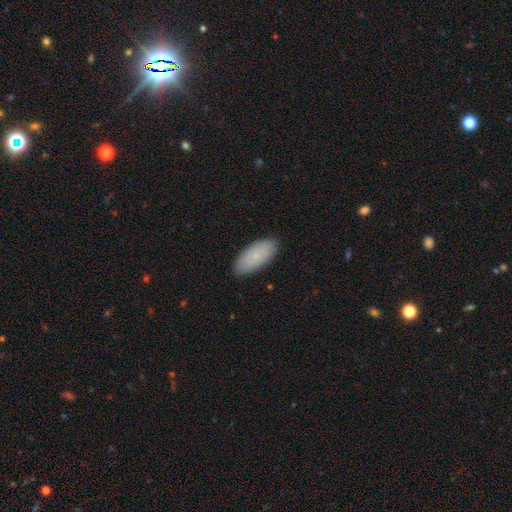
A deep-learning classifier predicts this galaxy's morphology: A smooth galaxy with no disk features (82%) that is in between round and cigar-shaped (88%).

Vote fractions:
- Smooth or featured? smooth: 82% / featured or disk: 12% / star or artifact: 6%
- How rounded? in between: 88% / cigar-shaped: 10% / round: 2%
- Merging? none: 88% / minor disturbance: 9% / major disturbance: 2% / merger: 1%